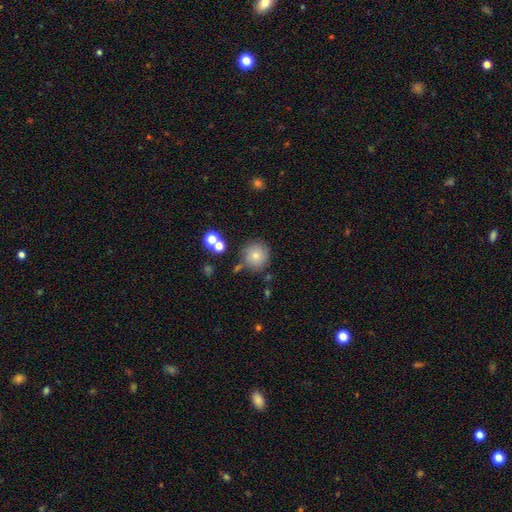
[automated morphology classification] Smooth or featured: smooth — 77% (star or artifact — 12%)
How rounded: round — 94% (in between — 5%)
Merging: none — 78% (minor disturbance — 11%)